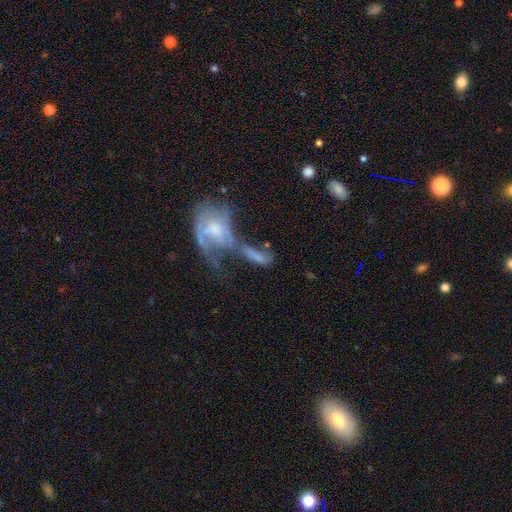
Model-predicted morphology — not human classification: This is possibly a smooth galaxy (47%). Merging: possibly merger (59%).